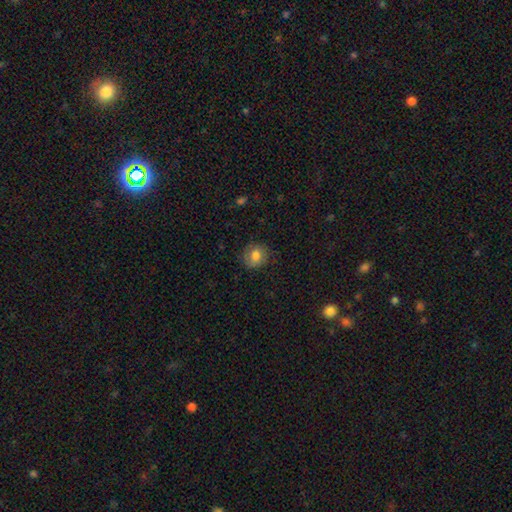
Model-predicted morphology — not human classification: Smooth or featured? smooth (78%)
How rounded? round (75%)
Merging? none (81%)